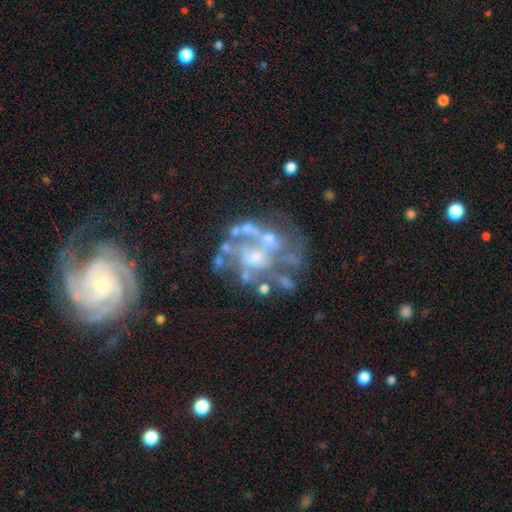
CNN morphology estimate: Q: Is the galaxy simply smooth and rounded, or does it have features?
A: featured or disk — 77%.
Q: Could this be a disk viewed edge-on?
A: no — 98%.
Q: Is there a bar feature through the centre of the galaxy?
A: no — 80%.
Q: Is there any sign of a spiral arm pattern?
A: no — 59%.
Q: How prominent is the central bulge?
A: moderate — 35%.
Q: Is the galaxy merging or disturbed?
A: none — 46%.